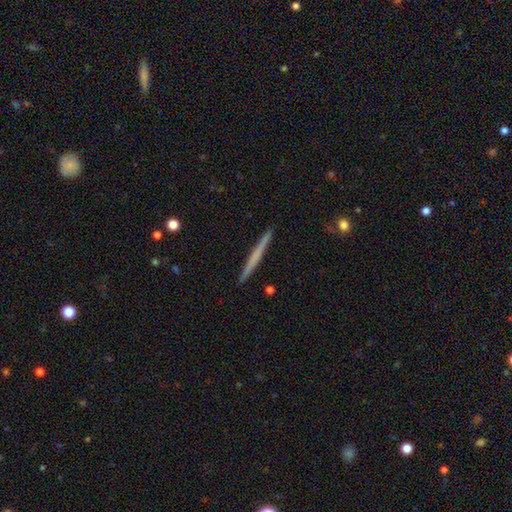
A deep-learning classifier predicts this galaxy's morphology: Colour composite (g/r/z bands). It shows a smooth galaxy with no disk features (48%). Merging: none (93%).